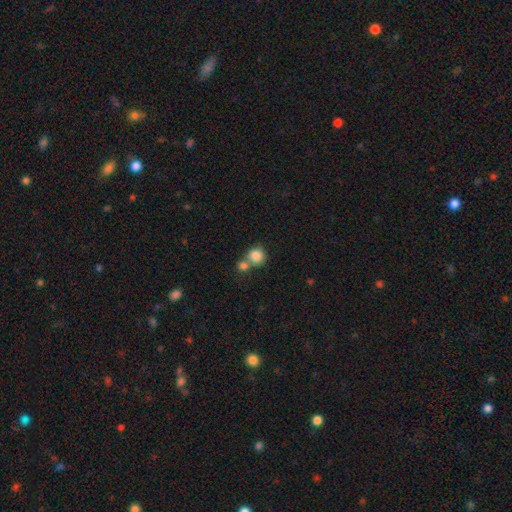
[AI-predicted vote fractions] A smooth galaxy with no disk features (84%) that is round (80%).

Vote fractions:
- Smooth or featured? smooth: 84% / star or artifact: 9% / featured or disk: 7%
- How rounded? round: 80% / in between: 19% / cigar-shaped: 1%
- Merging? merger: 46% / none: 41% / minor disturbance: 9% / major disturbance: 4%